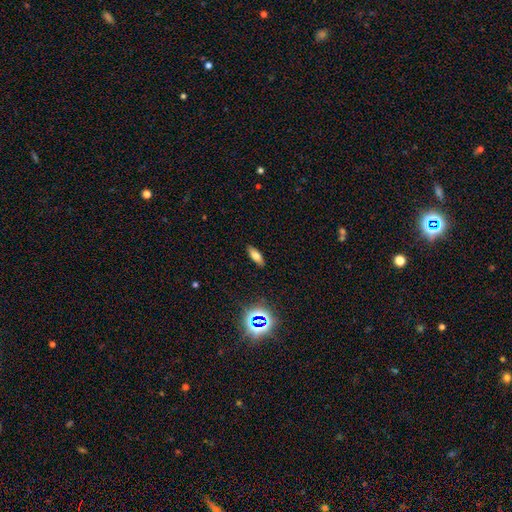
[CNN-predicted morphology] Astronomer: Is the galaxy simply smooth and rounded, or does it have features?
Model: smooth — 68%.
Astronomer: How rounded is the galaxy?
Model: in between — 69%.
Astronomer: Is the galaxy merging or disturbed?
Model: none — 88%.